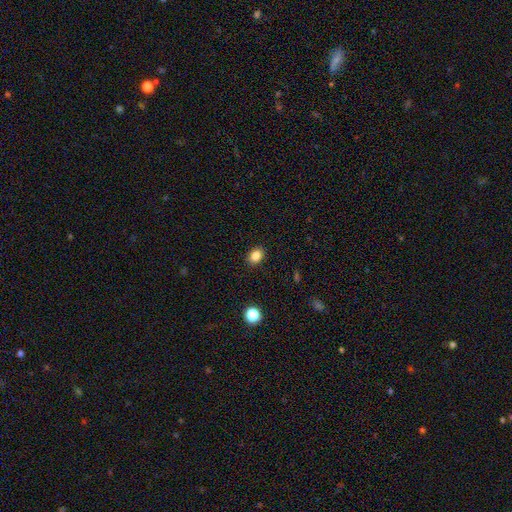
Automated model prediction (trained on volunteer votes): Smooth or featured?
  - smooth: 84% *
  - star or artifact: 11%
  - featured or disk: 5%
How rounded?
  - in between: 63% *
  - round: 36%
  - cigar-shaped: 1%
Merging?
  - none: 89% *
  - minor disturbance: 8%
  - major disturbance: 2%
  - merger: 1%